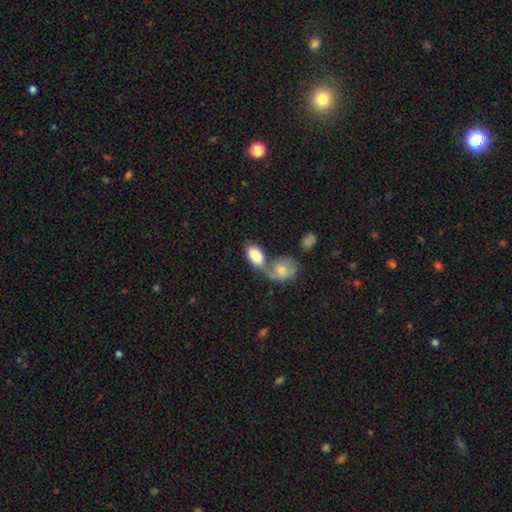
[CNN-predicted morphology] smooth-or-featured: smooth: 81% | featured or disk: 13% | star or artifact: 6%
  how-rounded: in between: 90% | round: 8% | cigar-shaped: 2%
  merging: merger: 63% | none: 20% | minor disturbance: 9% | major disturbance: 8%